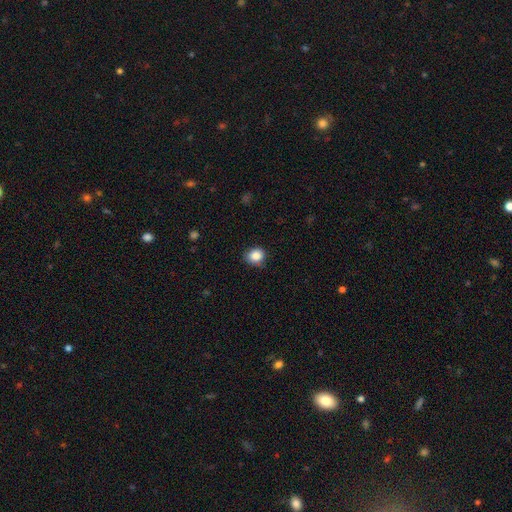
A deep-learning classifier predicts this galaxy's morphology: Overall: smooth (86%). How rounded: round (76%). Merging: none (82%).